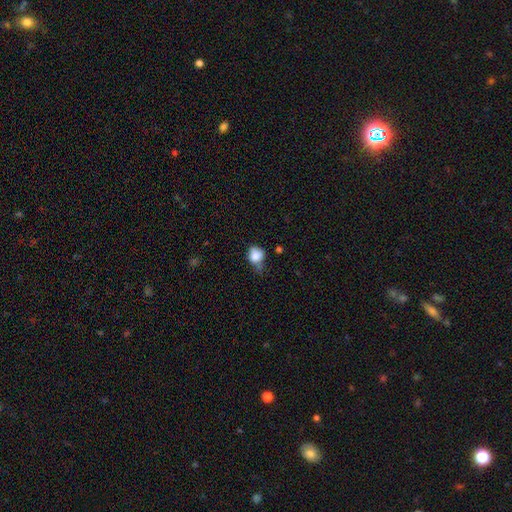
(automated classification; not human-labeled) Smooth or featured? smooth (77%)
How rounded? round (60%)
Merging? minor disturbance (39%)